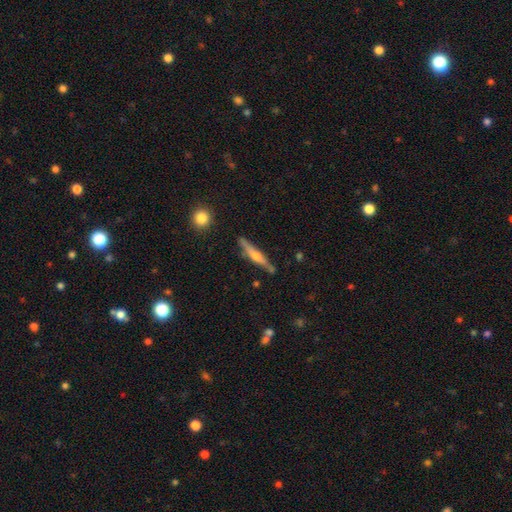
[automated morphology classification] smooth-or-featured: featured or disk: 59% | smooth: 34% | star or artifact: 7%
  disk-edge-on: yes: 96% | no: 4%
    edge-on-bulge: rounded: 77% | none: 12% | boxy: 11%
  merging: none: 80% | minor disturbance: 13% | merger: 4% | major disturbance: 3%